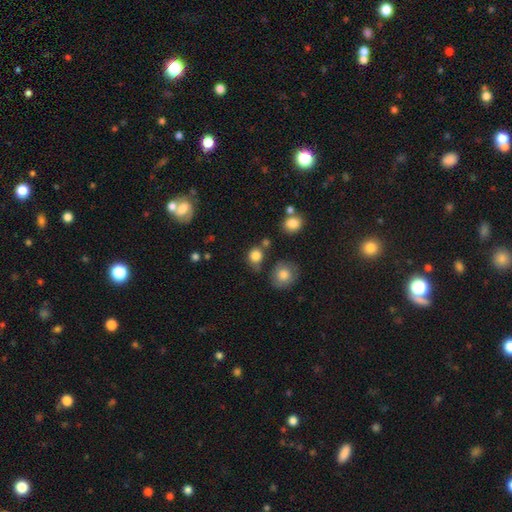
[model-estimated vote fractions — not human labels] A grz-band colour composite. It shows a smooth galaxy with no disk features (83%) that is round (77%). Merging: none (64%).